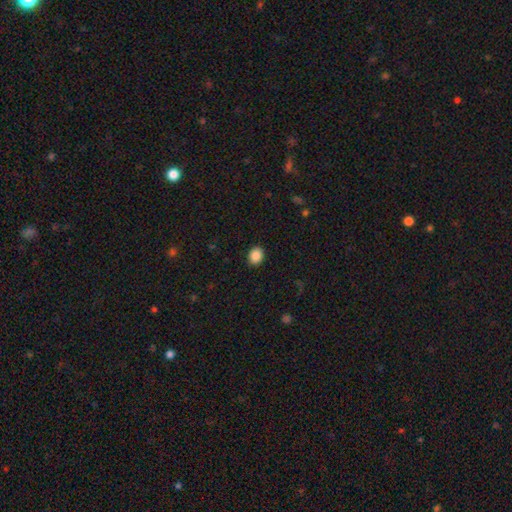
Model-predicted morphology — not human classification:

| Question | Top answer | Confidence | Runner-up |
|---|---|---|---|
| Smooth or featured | smooth | 87% | star or artifact (9%) |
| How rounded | round | 55% | in between (45%) |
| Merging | none | 91% | minor disturbance (6%) |